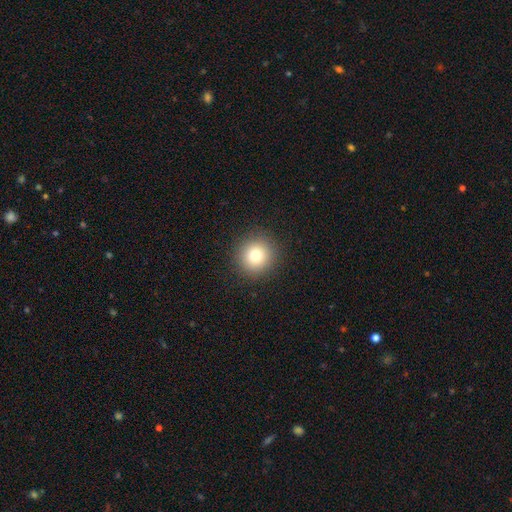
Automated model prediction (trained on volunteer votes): A smooth galaxy with no disk features (79%) that is round (94%). Merging: none (92%).